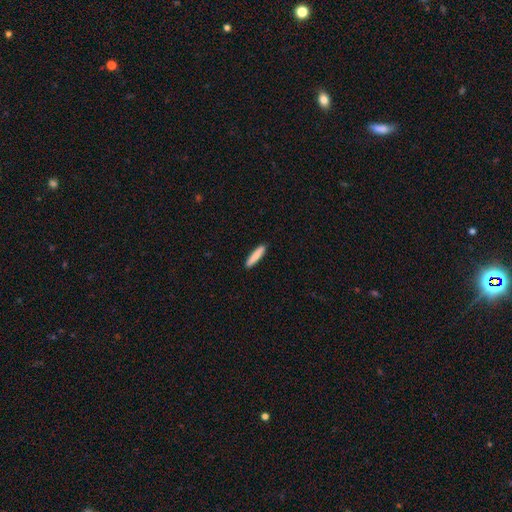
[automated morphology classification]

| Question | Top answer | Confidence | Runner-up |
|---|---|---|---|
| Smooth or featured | smooth | 85% | featured or disk (9%) |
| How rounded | cigar-shaped | 89% | in between (9%) |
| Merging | none | 92% | minor disturbance (6%) |